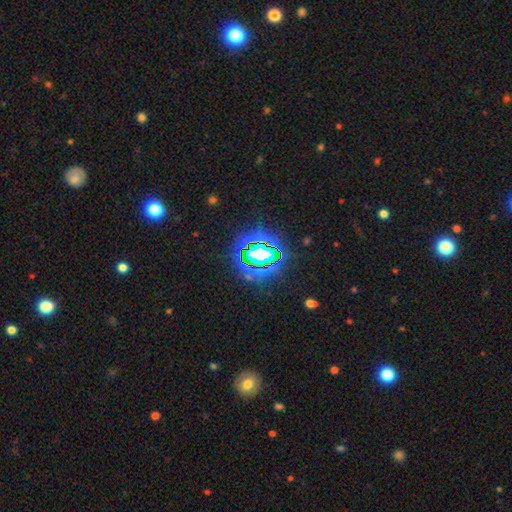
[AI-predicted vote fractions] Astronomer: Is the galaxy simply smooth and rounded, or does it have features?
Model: star or artifact — 76%.